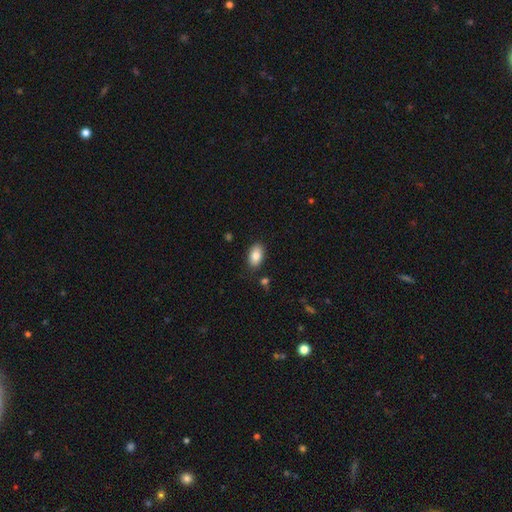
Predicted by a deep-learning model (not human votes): Overall: smooth (84%). How rounded: in between (92%). Merging: none (84%).